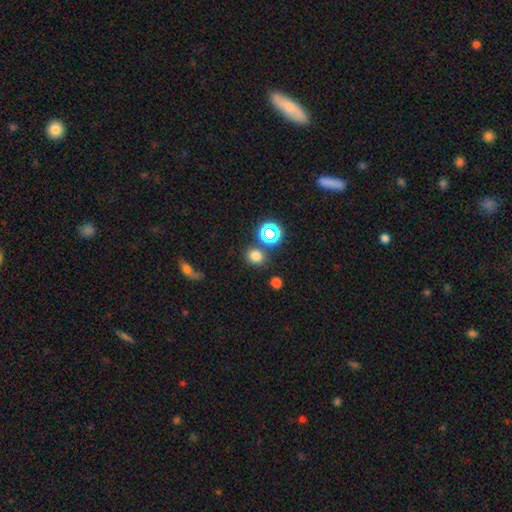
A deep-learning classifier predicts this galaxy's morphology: This appears to be a smooth galaxy with no disk features (74%) that is round (75%). Merging: none (79%).